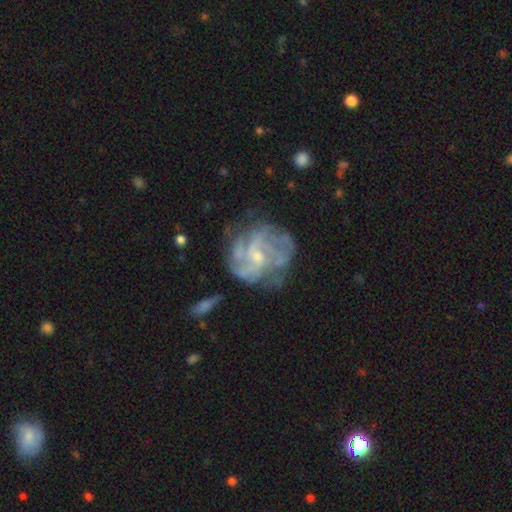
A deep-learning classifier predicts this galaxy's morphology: Smooth or featured?
  - featured or disk: 83% *
  - smooth: 10%
  - star or artifact: 8%
Edge-on disk?
  - no: 98% *
  - yes: 2%
Bar?
  - no: 57% *
  - weak: 36%
  - strong: 6%
Spiral arms?
  - yes: 88% *
  - no: 12%
Spiral winding?
  - medium: 44% *
  - tight: 38%
  - loose: 18%
Spiral arm count?
  - can't tell: 35% *
  - 4: 19%
  - 3: 18%
  - 2: 13%
  - more than 4: 8%
  - 1: 6%
Bulge size?
  - small: 68% *
  - moderate: 25%
  - none: 5%
  - large: 1%
  - dominant: 1%
Merging?
  - none: 63% *
  - minor disturbance: 20%
  - major disturbance: 15%
  - merger: 2%